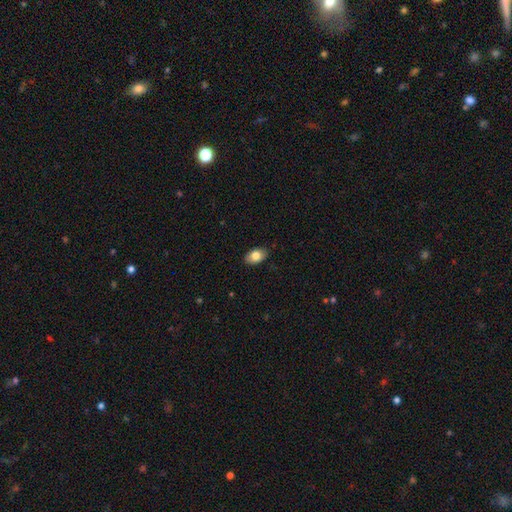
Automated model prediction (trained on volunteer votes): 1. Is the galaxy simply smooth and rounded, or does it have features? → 81% smooth, 11% featured or disk, 7% star or artifact.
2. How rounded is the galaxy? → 89% in between, 10% round, 1% cigar-shaped.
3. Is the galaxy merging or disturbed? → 87% none, 10% minor disturbance, 2% major disturbance, 1% merger.